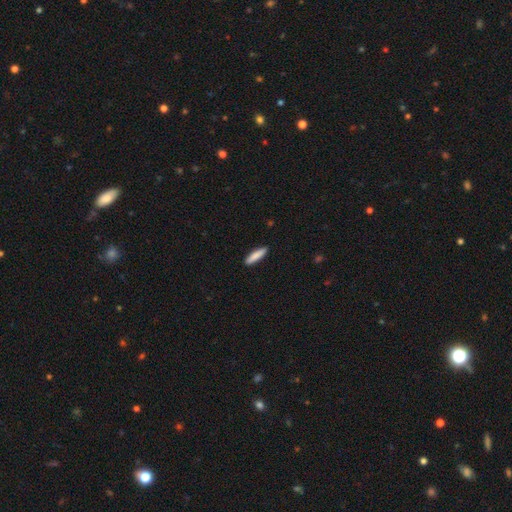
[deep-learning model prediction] Smooth or featured: smooth — 86% (featured or disk — 8%)
How rounded: cigar-shaped — 81% (in between — 17%)
Merging: none — 91% (minor disturbance — 7%)